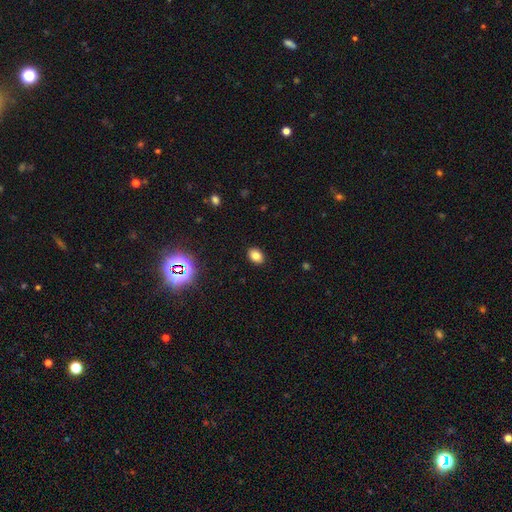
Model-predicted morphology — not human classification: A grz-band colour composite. It shows a smooth galaxy with no disk features (81%) that is in between round and cigar-shaped (75%). Merging: none (90%).